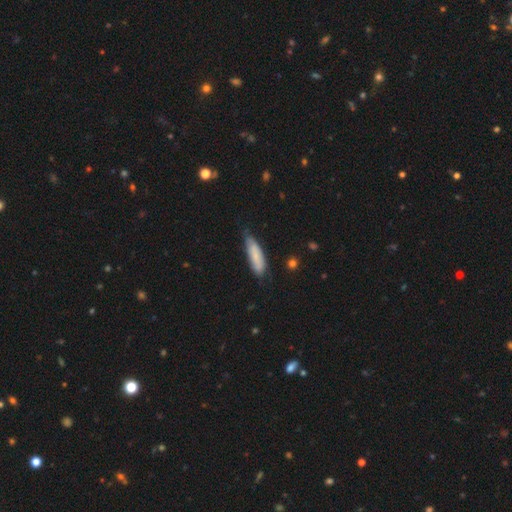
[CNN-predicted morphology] smooth_or_featured: smooth (p=0.76) [alt: featured or disk p=0.18]
how_rounded: cigar-shaped (p=0.58) [alt: in between p=0.40]
merging: none (p=0.61) [alt: minor disturbance p=0.32]